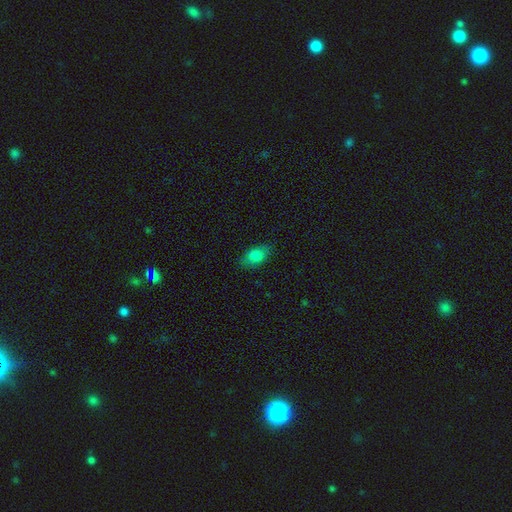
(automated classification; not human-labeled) smooth-or-featured: smooth: 82% | featured or disk: 9% | star or artifact: 9%
  how-rounded: in between: 88% | round: 8% | cigar-shaped: 5%
  merging: none: 81% | minor disturbance: 15% | major disturbance: 4% | merger: 1%